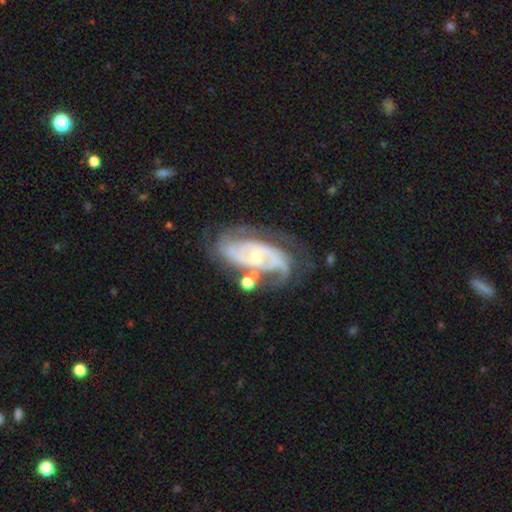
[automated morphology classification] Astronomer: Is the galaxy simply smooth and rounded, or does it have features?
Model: featured or disk — 89%.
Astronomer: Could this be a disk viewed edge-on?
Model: no — 96%.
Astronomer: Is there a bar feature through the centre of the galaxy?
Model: no — 52% (runner-up: weak, 33%).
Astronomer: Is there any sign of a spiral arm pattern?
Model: yes — 97%.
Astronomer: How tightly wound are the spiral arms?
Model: tight — 51% (runner-up: medium, 39%).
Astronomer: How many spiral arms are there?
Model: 2 — 55%.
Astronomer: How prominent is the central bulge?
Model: small — 67%.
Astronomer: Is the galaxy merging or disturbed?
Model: none — 61%.